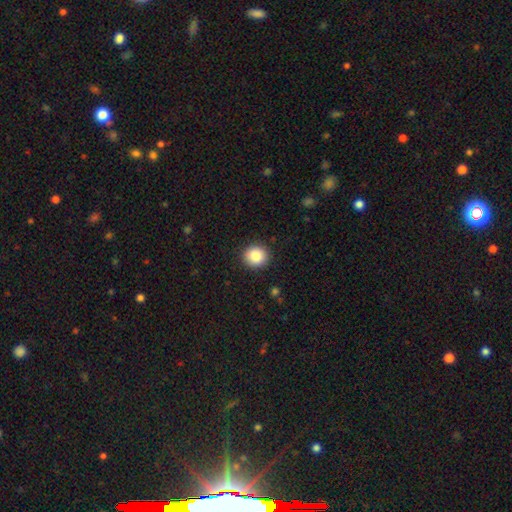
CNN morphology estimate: smooth 86%, star or artifact 9%, featured or disk 5%. Down the decision tree: how rounded — round (87%); merging — none (91%).